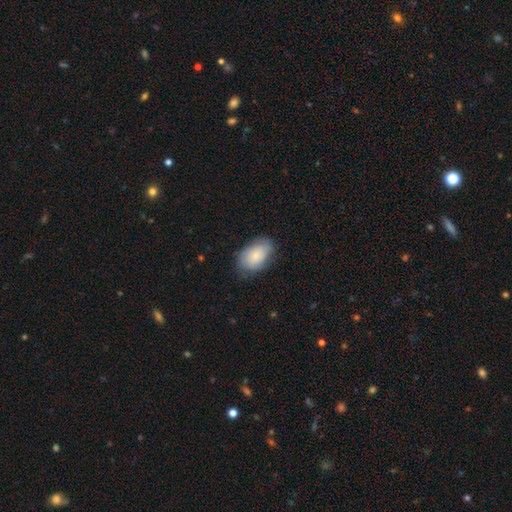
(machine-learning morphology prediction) Q: Smooth or featured?
A: smooth (80%); runner-up: featured or disk (13%)
Q: How rounded?
A: in between (89%); runner-up: round (9%)
Q: Merging?
A: none (73%); runner-up: minor disturbance (21%)